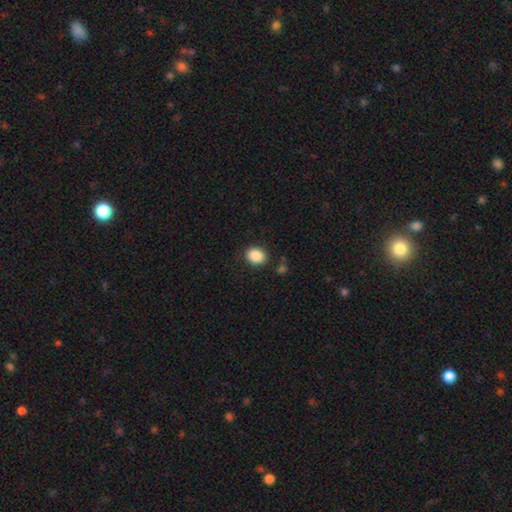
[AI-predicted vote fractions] smooth-or-featured: smooth: 88% | star or artifact: 8% | featured or disk: 3%
  how-rounded: round: 52% | in between: 47% | cigar-shaped: 1%
  merging: none: 84% | minor disturbance: 10% | major disturbance: 3% | merger: 3%